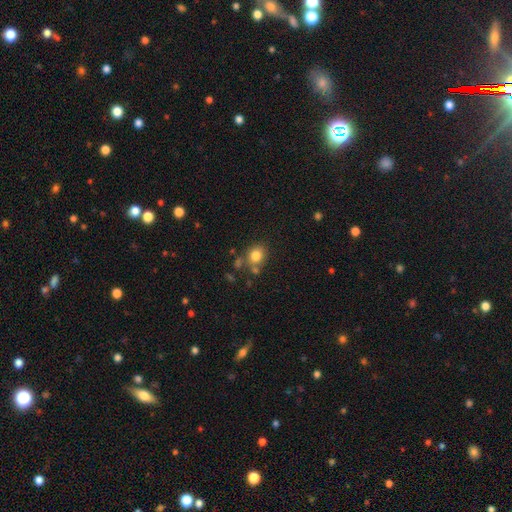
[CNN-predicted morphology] smooth-or-featured: smooth: 81% | star or artifact: 11% | featured or disk: 8%
  how-rounded: round: 72% | in between: 27% | cigar-shaped: 1%
  merging: none: 66% | merger: 14% | minor disturbance: 14% | major disturbance: 5%